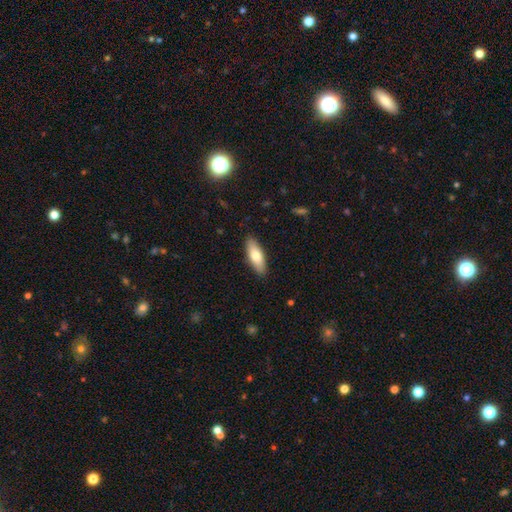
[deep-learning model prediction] smooth_or_featured: smooth (p=0.73) [alt: featured or disk p=0.21]
how_rounded: in between (p=0.63) [alt: cigar-shaped p=0.35]
merging: none (p=0.88) [alt: minor disturbance p=0.09]